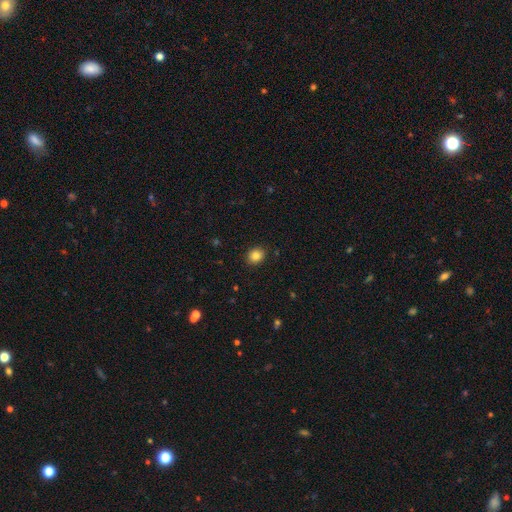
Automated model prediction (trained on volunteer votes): A smooth galaxy with no disk features (84%) that is round (69%). Merging: none (90%).